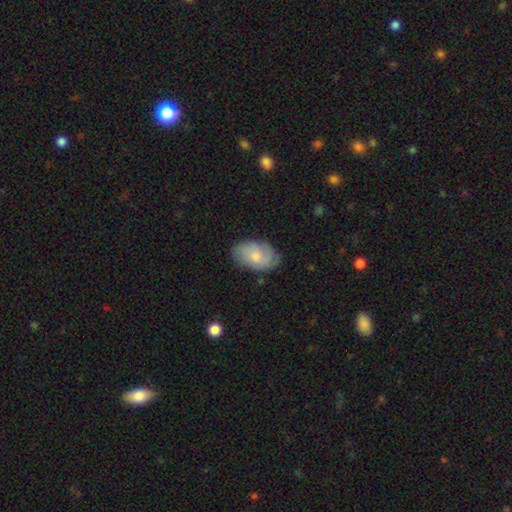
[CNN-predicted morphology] Smooth or featured?
  - smooth: 63% *
  - featured or disk: 31%
  - star or artifact: 6%
How rounded?
  - in between: 91% *
  - round: 8%
  - cigar-shaped: 1%
Merging?
  - none: 75% *
  - minor disturbance: 20%
  - major disturbance: 4%
  - merger: 1%